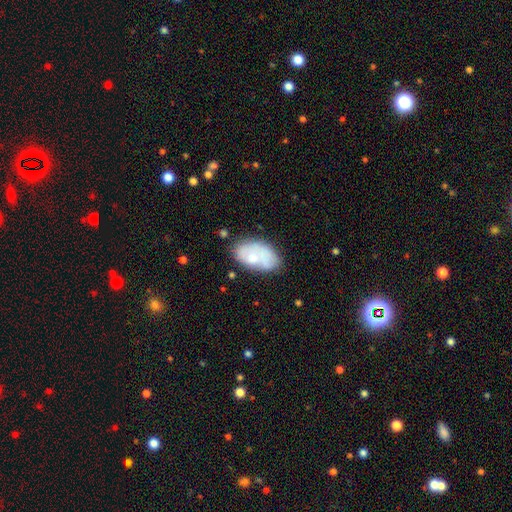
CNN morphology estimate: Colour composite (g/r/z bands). It shows a smooth galaxy with no disk features (60%) that is in between round and cigar-shaped (93%). Merging: none (56%).